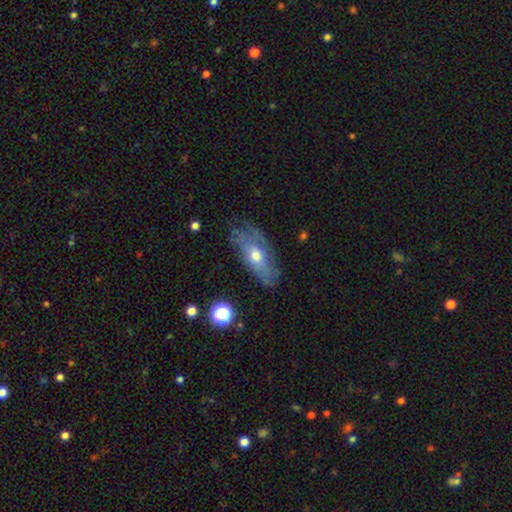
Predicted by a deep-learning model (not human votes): Smooth or featured? Predicted: featured or disk (p=0.49). Merging? Predicted: none (p=0.59).